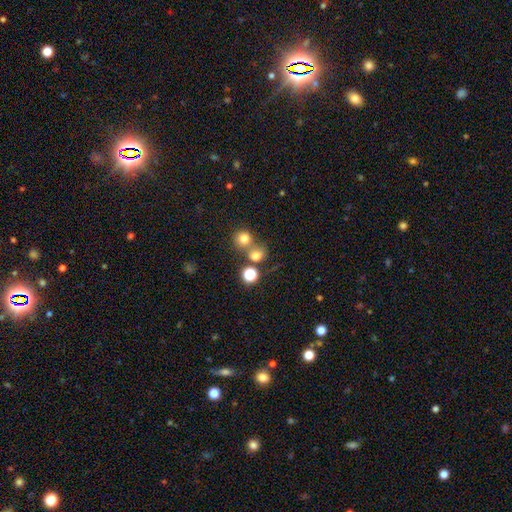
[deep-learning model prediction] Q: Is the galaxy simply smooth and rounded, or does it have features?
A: smooth — 72%.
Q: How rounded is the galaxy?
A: round — 79%.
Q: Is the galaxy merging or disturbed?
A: none — 54%.